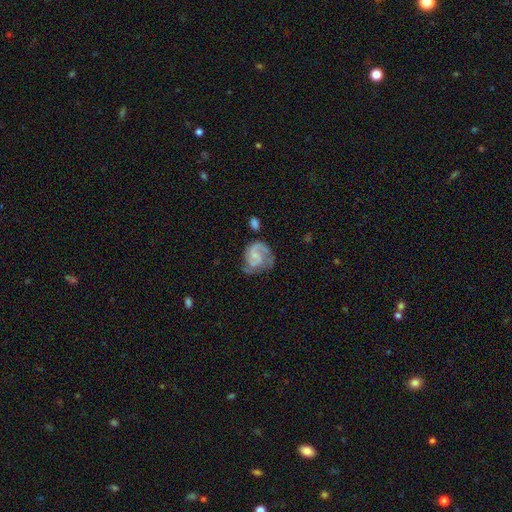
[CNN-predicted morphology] This appears to be a featured or disk galaxy (74%) with no bar (50%), 2 (68%) medium (48%) spiral arms (91%) and a small central bulge (46%). Merging: none (50%).